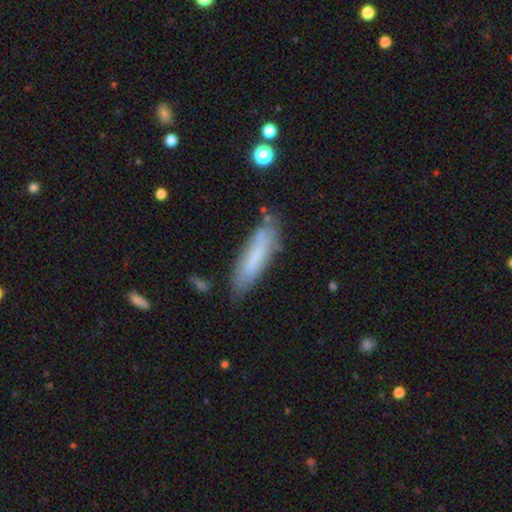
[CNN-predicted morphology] This is likely a smooth galaxy (70%). How rounded: likely cigar-shaped (69%). Merging: likely none (73%).